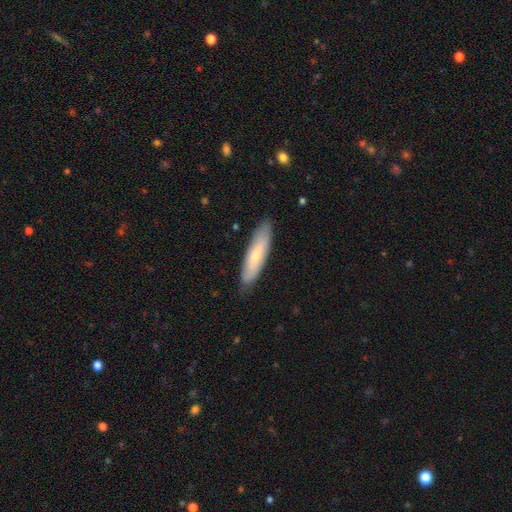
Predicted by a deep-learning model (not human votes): Q: Smooth or featured?
A: smooth (67%); runner-up: featured or disk (28%)
Q: How rounded?
A: cigar-shaped (68%); runner-up: in between (31%)
Q: Merging?
A: none (85%); runner-up: minor disturbance (12%)